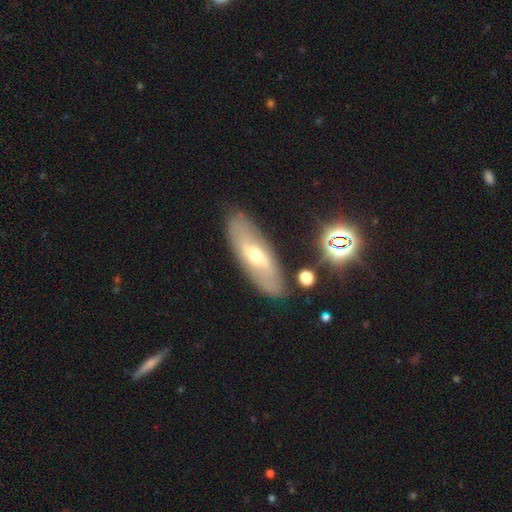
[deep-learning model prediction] Smooth or featured: featured or disk — 57% (smooth — 33%)
Edge-on disk: no — 75% (yes — 25%)
Merging: none — 84% (minor disturbance — 11%)